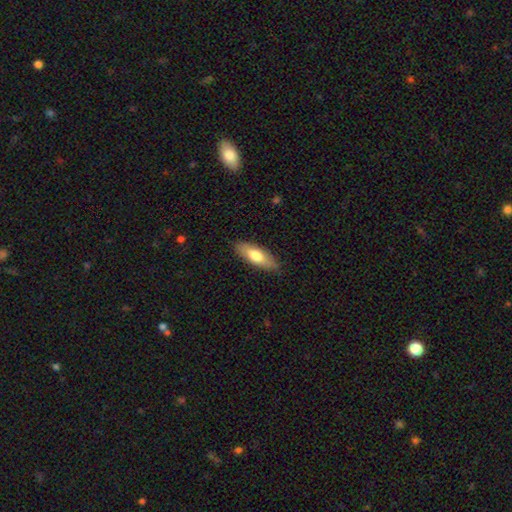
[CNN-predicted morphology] Smooth or featured: smooth — 71% (featured or disk — 24%)
How rounded: in between — 64% (cigar-shaped — 34%)
Merging: none — 85% (minor disturbance — 12%)